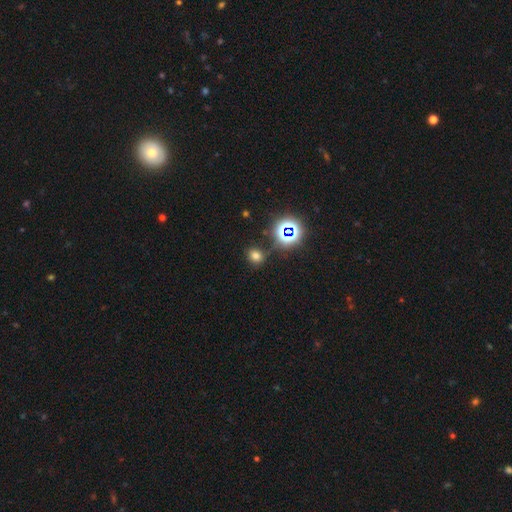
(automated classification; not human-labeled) smooth 67%, star or artifact 26%, featured or disk 7%. Down the decision tree: how rounded — round (67%); merging — none (81%).